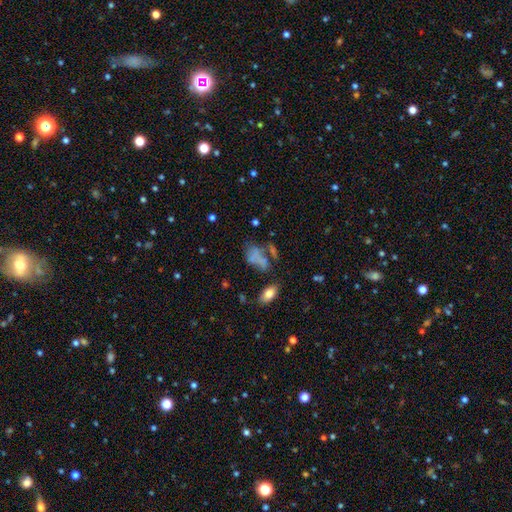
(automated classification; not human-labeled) The model was most divided on "merging": none: 32%, major disturbance: 26%, merger: 21%, minor disturbance: 20%. More confident: how rounded — in between (82%); smooth or featured — smooth (60%).